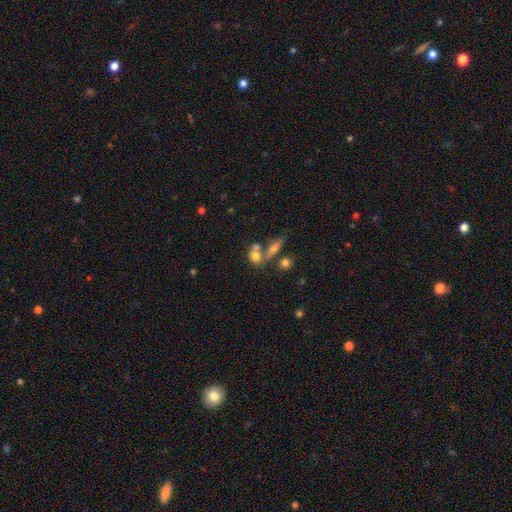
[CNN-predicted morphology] Smooth or featured?
  - smooth: 69% *
  - featured or disk: 19%
  - star or artifact: 12%
How rounded?
  - round: 50% *
  - in between: 44%
  - cigar-shaped: 7%
Merging?
  - merger: 45% *
  - none: 39%
  - minor disturbance: 10%
  - major disturbance: 6%